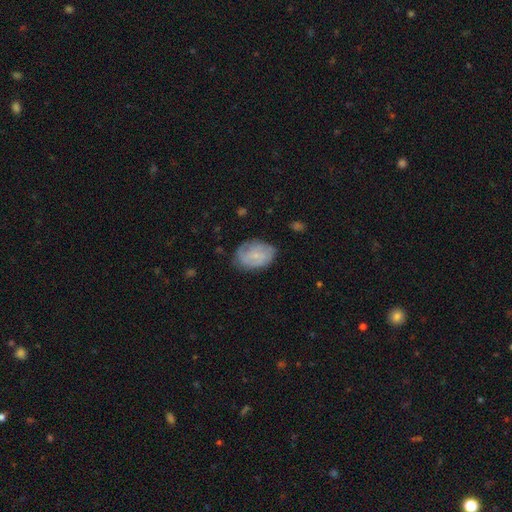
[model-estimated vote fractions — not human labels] A featured or disk galaxy (47%). Merging: none (67%).